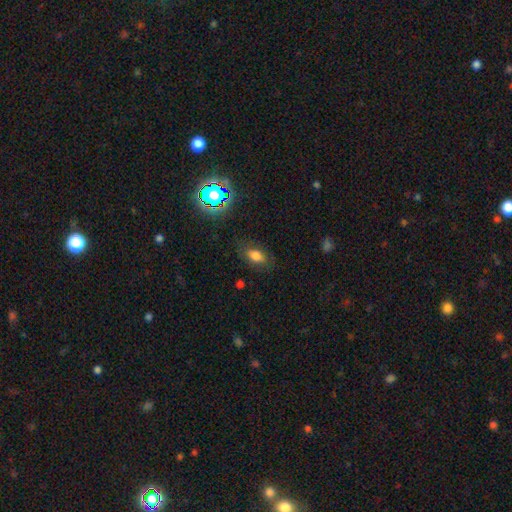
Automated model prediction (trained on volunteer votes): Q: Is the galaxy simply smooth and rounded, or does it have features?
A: smooth — 70%.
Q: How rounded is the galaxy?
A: in between — 85%.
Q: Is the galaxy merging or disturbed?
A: none — 77%.